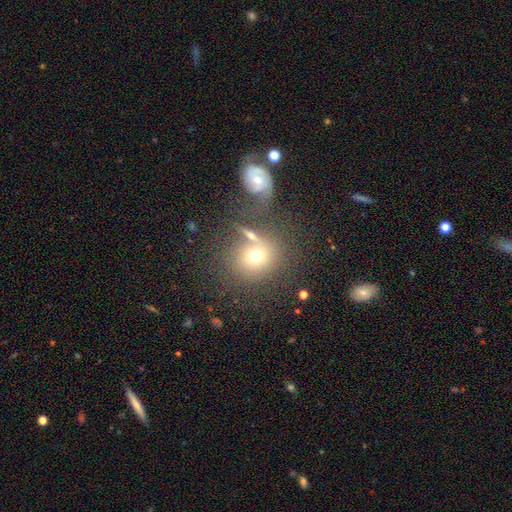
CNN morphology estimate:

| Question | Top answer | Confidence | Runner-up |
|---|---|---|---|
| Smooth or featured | smooth | 65% | featured or disk (21%) |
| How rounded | round | 77% | in between (22%) |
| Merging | none | 56% | merger (23%) |